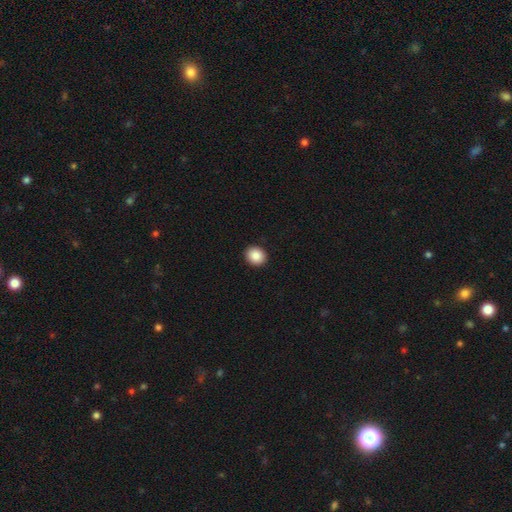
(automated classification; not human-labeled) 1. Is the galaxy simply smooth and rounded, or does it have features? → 88% smooth, 8% star or artifact, 4% featured or disk.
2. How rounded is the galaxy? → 72% round, 27% in between, 1% cigar-shaped.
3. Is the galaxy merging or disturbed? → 92% none, 5% minor disturbance, 2% major disturbance, 1% merger.